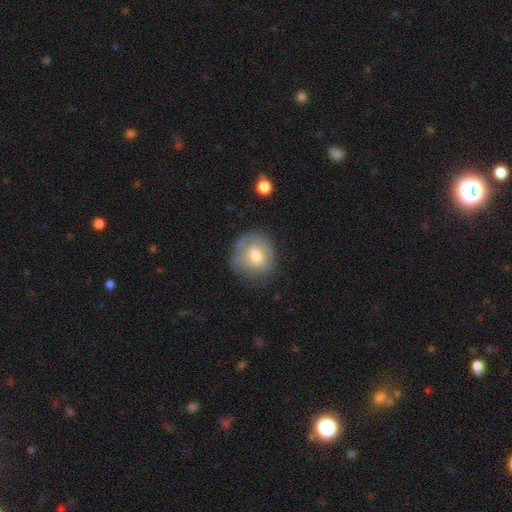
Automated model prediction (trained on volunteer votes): Smooth or featured? smooth (54%)
How rounded? round (78%)
Merging? none (62%)